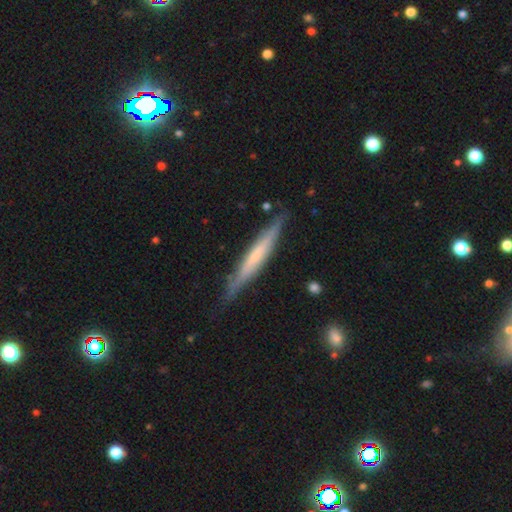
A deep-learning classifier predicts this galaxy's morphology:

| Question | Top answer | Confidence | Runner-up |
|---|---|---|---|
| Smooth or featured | featured or disk | 52% | smooth (43%) |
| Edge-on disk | yes | 94% | no (6%) |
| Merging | none | 83% | minor disturbance (13%) |